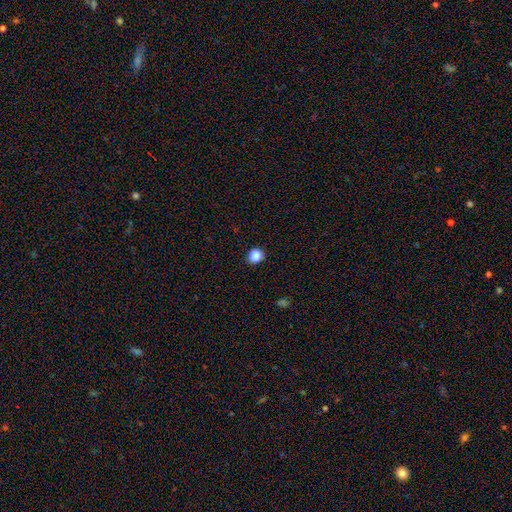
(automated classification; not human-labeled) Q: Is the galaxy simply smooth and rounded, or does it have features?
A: smooth — 86%.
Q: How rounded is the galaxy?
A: round — 85%.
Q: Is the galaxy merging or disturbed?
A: none — 90%.